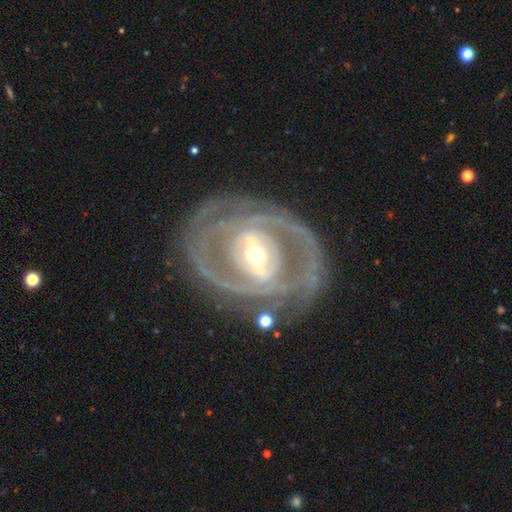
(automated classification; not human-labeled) The model was most divided on "bar": strong: 51%, weak: 35%, no: 15%. More confident: edge-on disk — no (96%); spiral arms — yes (89%); smooth or featured — featured or disk (88%); merging — none (73%); bulge size — moderate (59%); spiral winding — tight (59%); spiral arm count — 2 (55%).